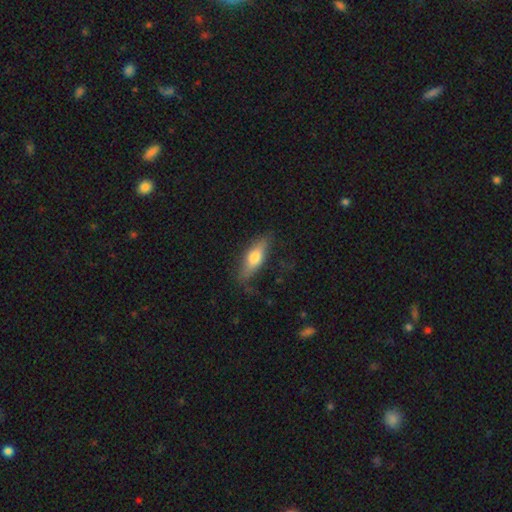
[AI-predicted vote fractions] This is possibly a smooth galaxy (57%). How rounded: possibly cigar-shaped (51%). Merging: likely none (79%).